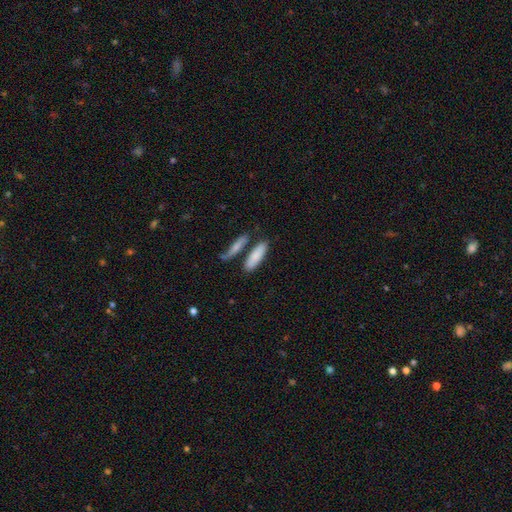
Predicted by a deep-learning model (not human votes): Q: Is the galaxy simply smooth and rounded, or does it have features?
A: smooth — 79%.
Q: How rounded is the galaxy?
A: cigar-shaped — 57%.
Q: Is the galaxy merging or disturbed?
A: none — 65%.